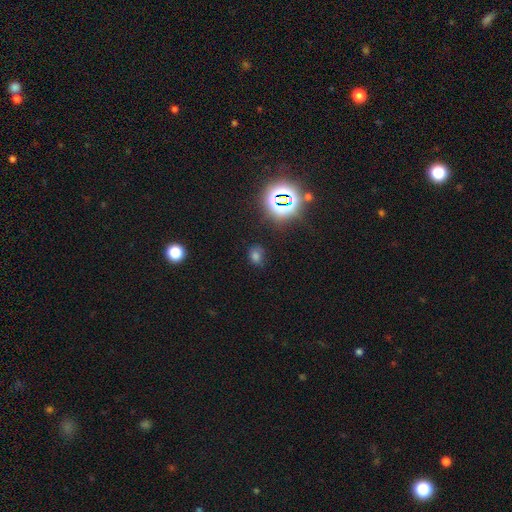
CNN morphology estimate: The model was most divided on "how rounded": in between: 53%, round: 46%, cigar-shaped: 1%. More confident: merging — none (75%); smooth or featured — smooth (64%).